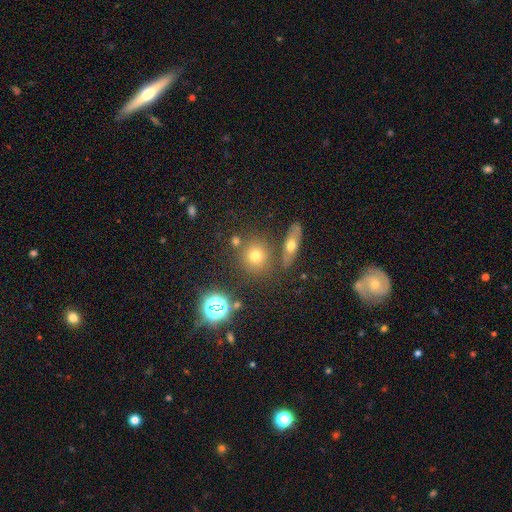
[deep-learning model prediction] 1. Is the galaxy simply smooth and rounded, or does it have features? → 64% smooth, 22% star or artifact, 14% featured or disk.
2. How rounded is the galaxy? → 85% round, 12% in between, 2% cigar-shaped.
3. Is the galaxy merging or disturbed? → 77% none, 11% merger, 9% minor disturbance, 3% major disturbance.